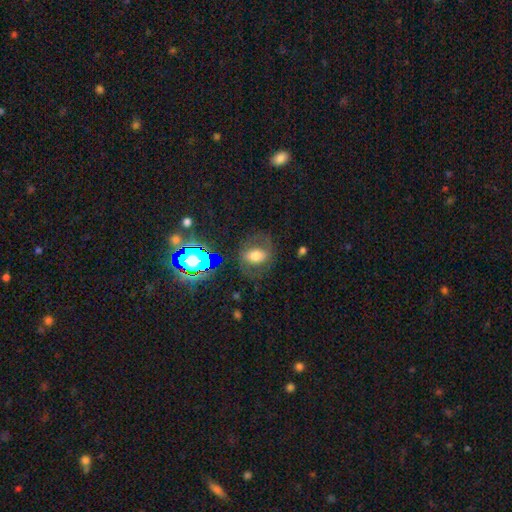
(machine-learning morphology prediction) A smooth galaxy with no disk features (45%).

Vote fractions:
- Smooth or featured? smooth: 45% / featured or disk: 39% / star or artifact: 16%
- Merging? none: 67% / minor disturbance: 17% / major disturbance: 14% / merger: 2%